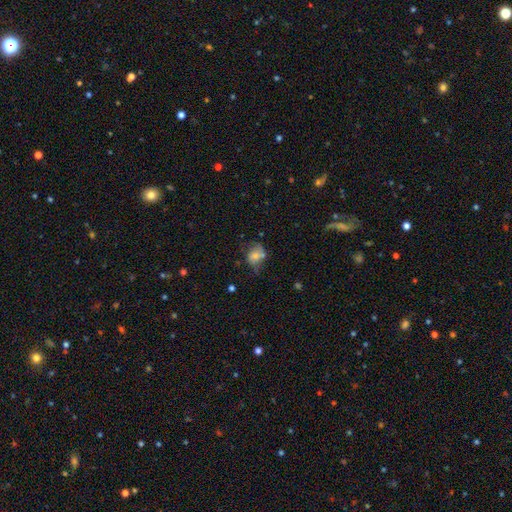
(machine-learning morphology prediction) smooth-or-featured: smooth: 58% | featured or disk: 31% | star or artifact: 11%
  how-rounded: in between: 57% | round: 42% | cigar-shaped: 1%
  merging: none: 44% | minor disturbance: 27% | major disturbance: 17% | merger: 12%